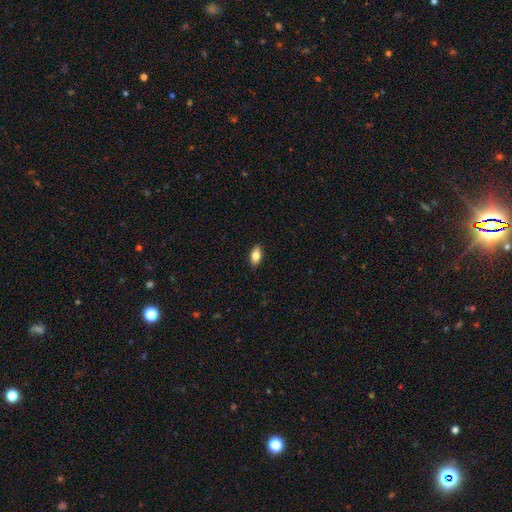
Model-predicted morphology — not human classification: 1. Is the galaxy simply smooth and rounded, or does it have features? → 81% smooth, 12% featured or disk, 7% star or artifact.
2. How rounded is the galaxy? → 89% in between, 6% cigar-shaped, 5% round.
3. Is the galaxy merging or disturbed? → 89% none, 8% minor disturbance, 2% major disturbance, 1% merger.